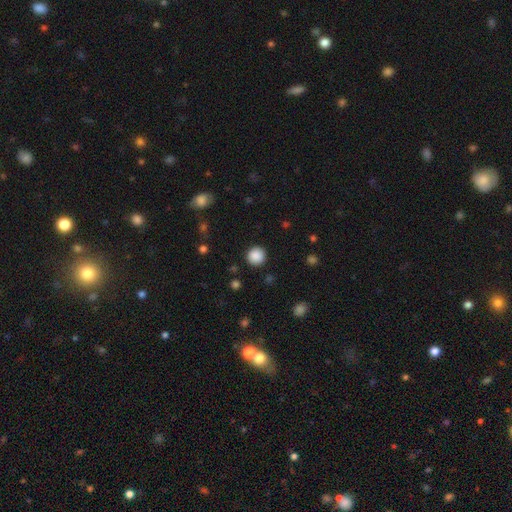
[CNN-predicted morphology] Smooth or featured?
  - smooth: 88% *
  - star or artifact: 9%
  - featured or disk: 3%
How rounded?
  - round: 94% *
  - in between: 5%
  - cigar-shaped: 1%
Merging?
  - none: 91% *
  - minor disturbance: 6%
  - major disturbance: 2%
  - merger: 1%